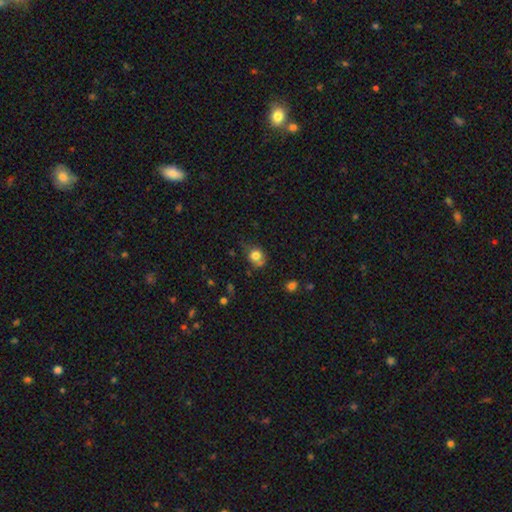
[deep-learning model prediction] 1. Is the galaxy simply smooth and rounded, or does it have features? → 80% smooth, 11% star or artifact, 9% featured or disk.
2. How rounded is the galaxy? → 68% round, 31% in between, 1% cigar-shaped.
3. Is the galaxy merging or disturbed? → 55% none, 31% minor disturbance, 9% major disturbance, 5% merger.